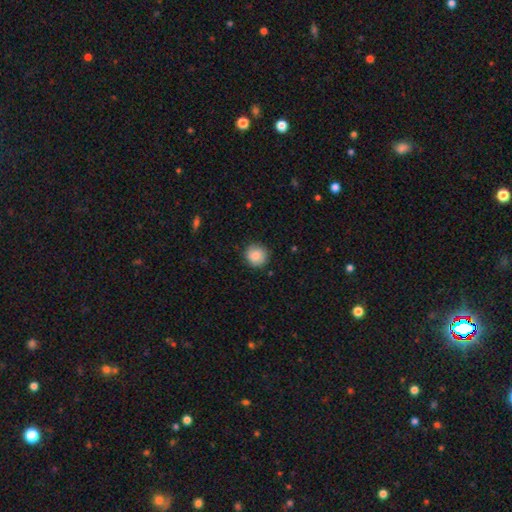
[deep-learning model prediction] Q: Smooth or featured?
A: smooth (87%); runner-up: star or artifact (8%)
Q: How rounded?
A: round (92%); runner-up: in between (7%)
Q: Merging?
A: none (86%); runner-up: minor disturbance (10%)